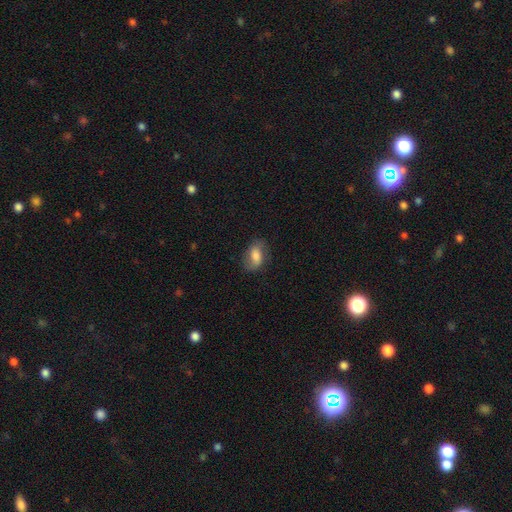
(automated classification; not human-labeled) A smooth galaxy with no disk features (58%) that is in between round and cigar-shaped (86%).

Vote fractions:
- Smooth or featured? smooth: 58% / featured or disk: 34% / star or artifact: 8%
- How rounded? in between: 86% / round: 11% / cigar-shaped: 4%
- Merging? none: 73% / minor disturbance: 18% / major disturbance: 7% / merger: 1%